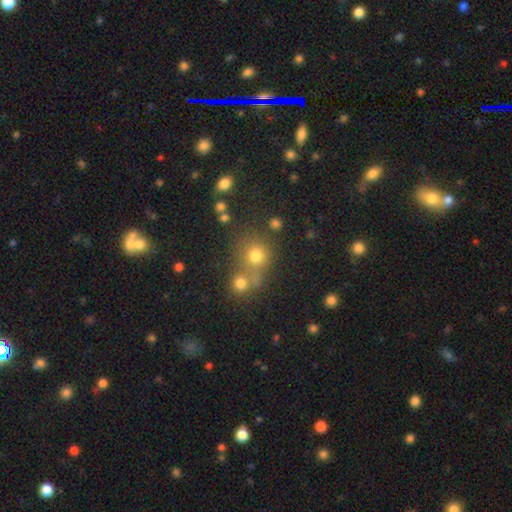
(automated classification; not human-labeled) Smooth or featured? smooth (71%)
How rounded? round (85%)
Merging? none (53%)